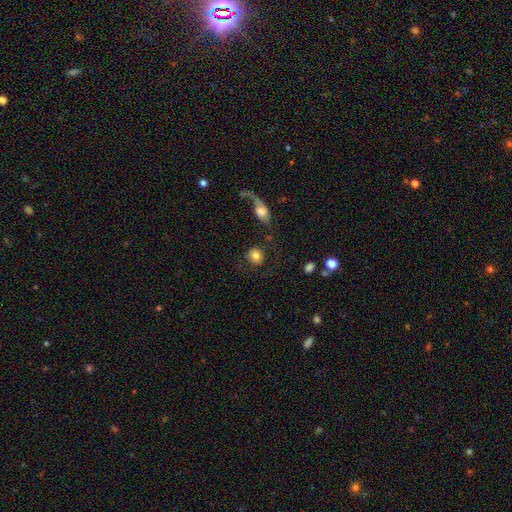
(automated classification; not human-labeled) Q: Smooth or featured?
A: smooth (80%); runner-up: featured or disk (12%)
Q: How rounded?
A: round (88%); runner-up: in between (11%)
Q: Merging?
A: none (73%); runner-up: minor disturbance (10%)